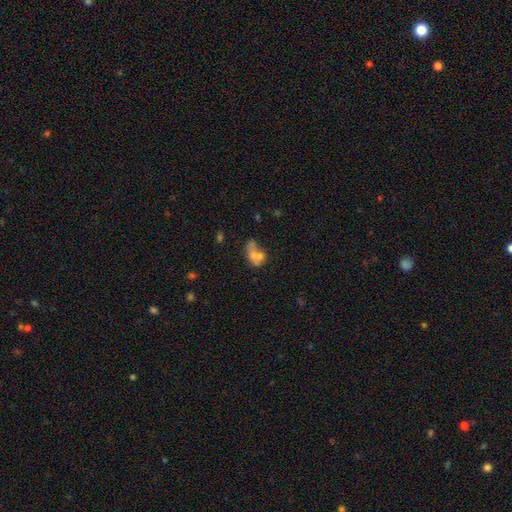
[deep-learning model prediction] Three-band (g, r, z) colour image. It shows a smooth galaxy with no disk features (56%) that is in between round and cigar-shaped (73%). Merging: merger (55%).